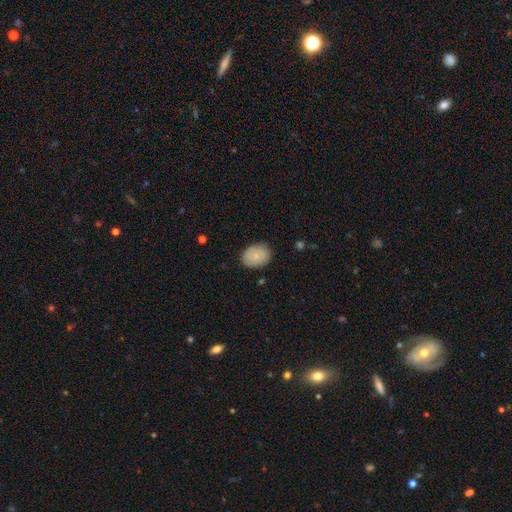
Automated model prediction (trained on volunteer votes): Smooth or featured? smooth (77%)
How rounded? in between (68%)
Merging? none (81%)